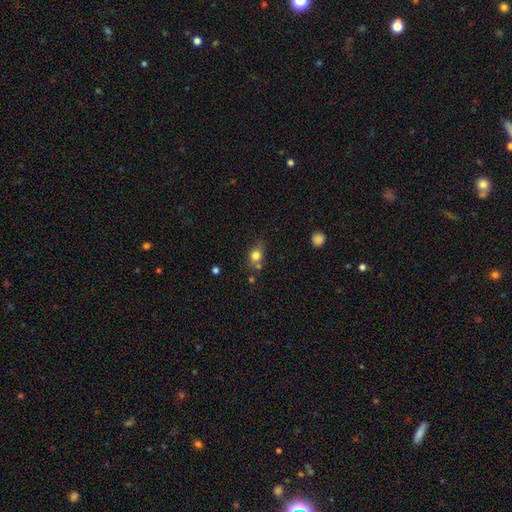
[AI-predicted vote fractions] Overall: smooth (78%). How rounded: round (50%; in between 48%). Merging: none (57%; minor disturbance 20%).